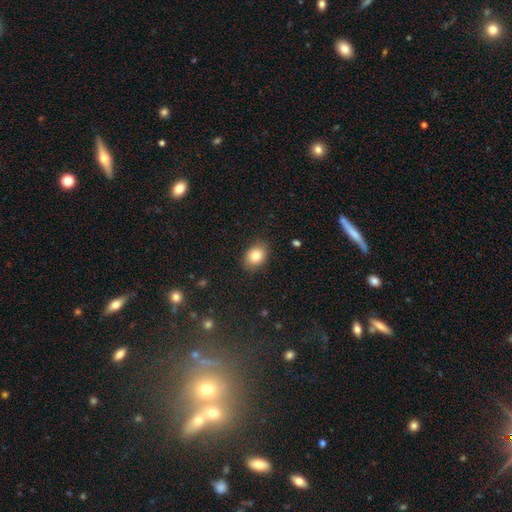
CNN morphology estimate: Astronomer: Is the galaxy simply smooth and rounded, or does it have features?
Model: smooth — 82%.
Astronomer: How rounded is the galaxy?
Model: in between — 60% (runner-up: round, 39%).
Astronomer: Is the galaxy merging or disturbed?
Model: none — 86%.